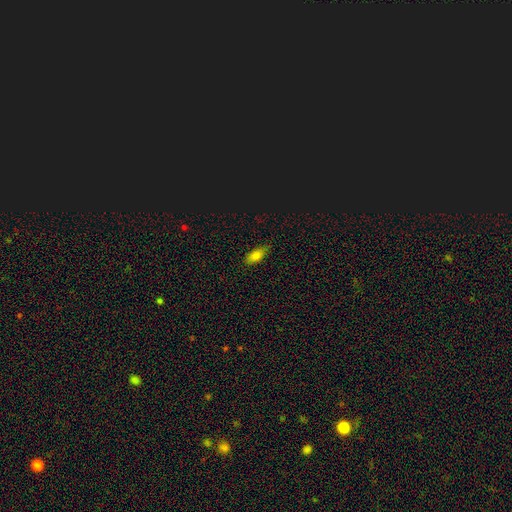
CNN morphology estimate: smooth 76%, star or artifact 13%, featured or disk 12%. Down the decision tree: how rounded — in between (81%); merging — none (80%).